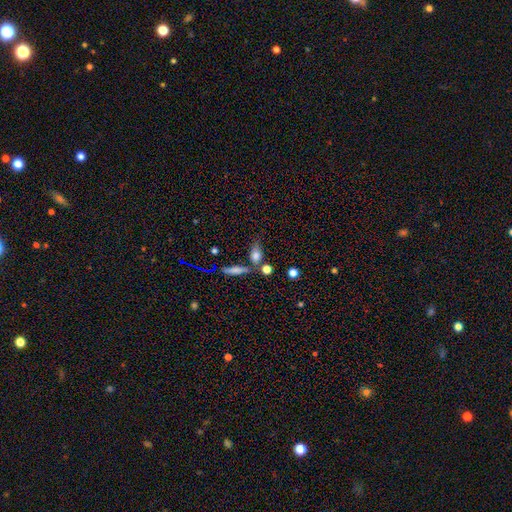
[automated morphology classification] smooth 76%, featured or disk 13%, star or artifact 11%. Down the decision tree: how rounded — in between (67%); merging — none (55%).